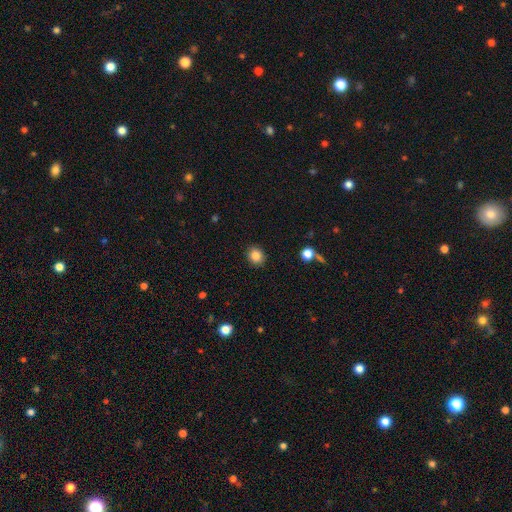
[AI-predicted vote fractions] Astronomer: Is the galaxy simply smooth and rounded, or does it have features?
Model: smooth — 85%.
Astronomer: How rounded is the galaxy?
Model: round — 75%.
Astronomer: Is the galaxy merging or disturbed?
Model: none — 90%.